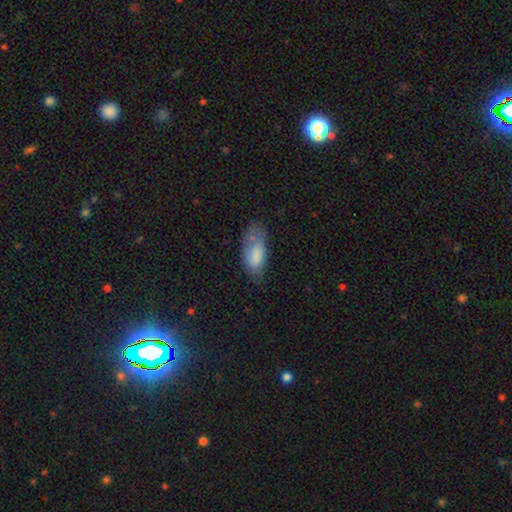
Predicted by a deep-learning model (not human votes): Smooth or featured: smooth — 76% (featured or disk — 16%)
How rounded: in between — 89% (cigar-shaped — 8%)
Merging: none — 39% (minor disturbance — 35%)